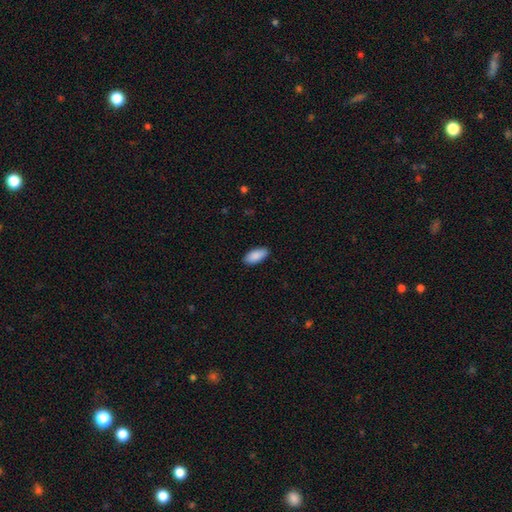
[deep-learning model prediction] Q: Smooth or featured?
A: smooth (90%); runner-up: star or artifact (6%)
Q: How rounded?
A: in between (91%); runner-up: cigar-shaped (8%)
Q: Merging?
A: none (89%); runner-up: minor disturbance (8%)